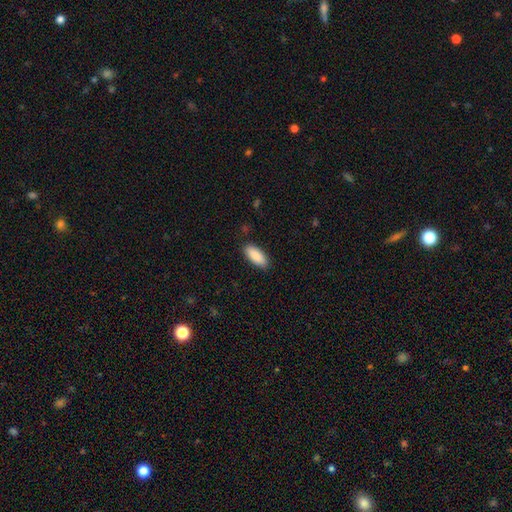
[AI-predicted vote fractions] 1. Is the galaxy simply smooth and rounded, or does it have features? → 90% smooth, 6% star or artifact, 4% featured or disk.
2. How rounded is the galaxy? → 86% in between, 13% cigar-shaped, 2% round.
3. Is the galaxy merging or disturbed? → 87% none, 9% minor disturbance, 2% major disturbance, 1% merger.